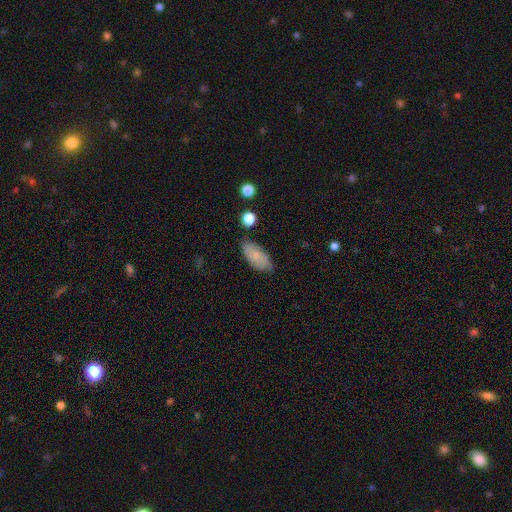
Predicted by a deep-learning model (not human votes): smooth-or-featured: smooth: 79% | featured or disk: 14% | star or artifact: 7%
  how-rounded: in between: 90% | cigar-shaped: 7% | round: 3%
  merging: none: 76% | minor disturbance: 18% | major disturbance: 4% | merger: 3%